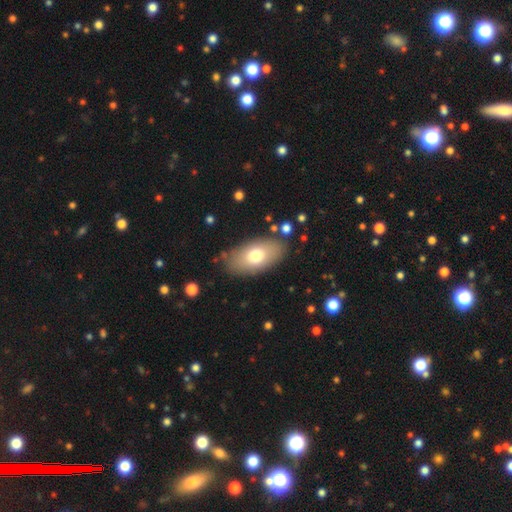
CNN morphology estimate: Smooth or featured? smooth (72%)
How rounded? in between (92%)
Merging? none (83%)